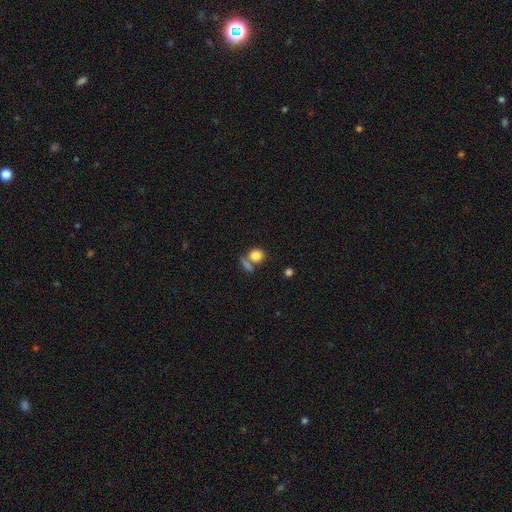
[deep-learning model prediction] smooth_or_featured: smooth (p=0.82) [alt: star or artifact p=0.10]
how_rounded: round (p=0.68) [alt: in between p=0.30]
merging: none (p=0.56) [alt: merger p=0.29]